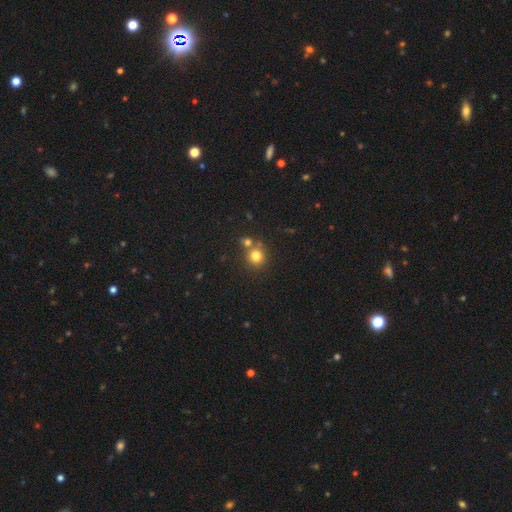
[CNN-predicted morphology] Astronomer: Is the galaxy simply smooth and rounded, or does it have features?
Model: smooth — 78%.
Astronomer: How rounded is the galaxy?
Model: round — 89%.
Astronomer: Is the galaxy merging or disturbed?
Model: none — 63%.